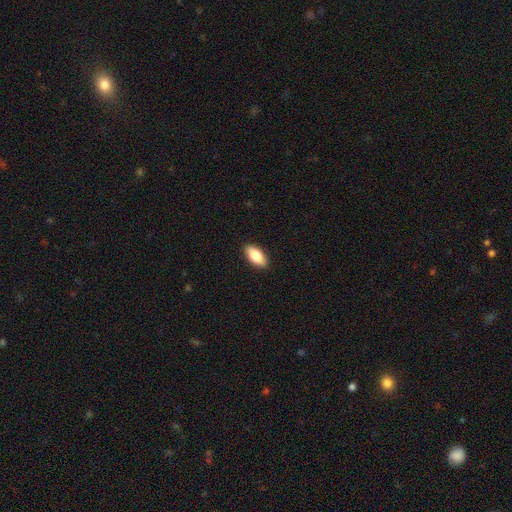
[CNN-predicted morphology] type=smooth (82%); roundness=in between (89%); merging=none (90%).